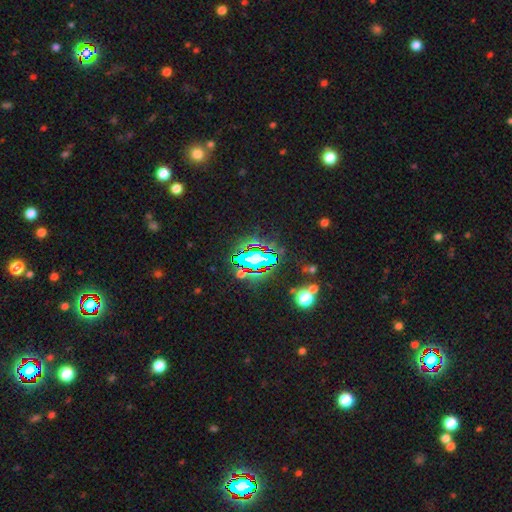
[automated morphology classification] star or artifact 64%, smooth 22%, featured or disk 14%.